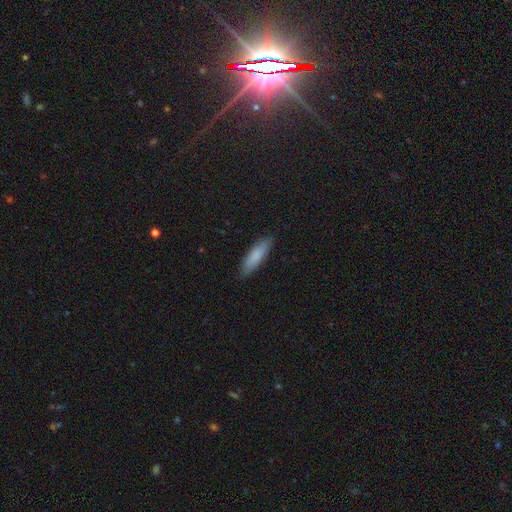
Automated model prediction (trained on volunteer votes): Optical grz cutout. It shows a smooth galaxy with no disk features (83%) that is cigar-shaped (68%). Merging: none (88%).